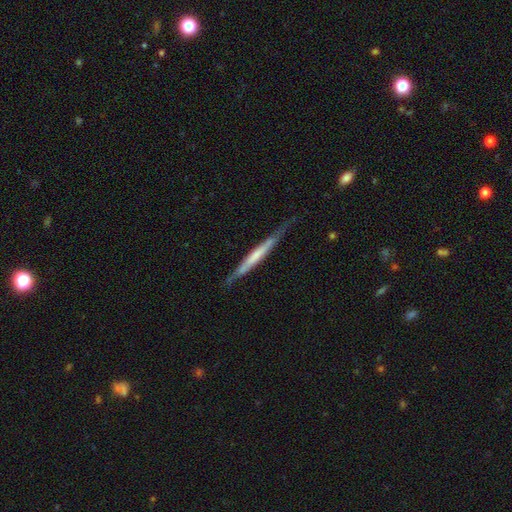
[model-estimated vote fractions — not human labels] Smooth or featured? featured or disk (57%)
Edge-on disk? yes (93%)
Edge-on bulge? none (66%)
Merging? none (73%)